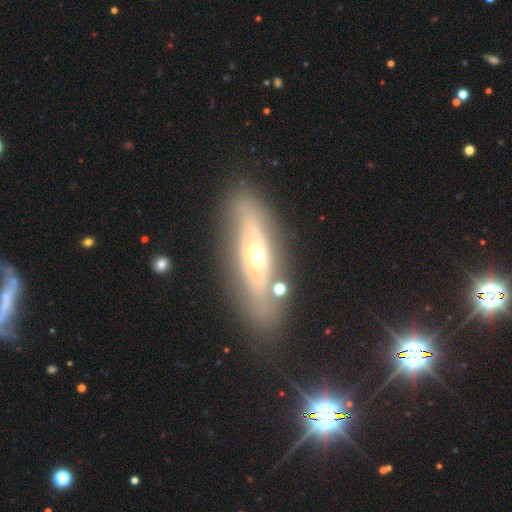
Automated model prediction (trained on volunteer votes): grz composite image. It shows a featured or disk galaxy (64%). Merging: none (76%).